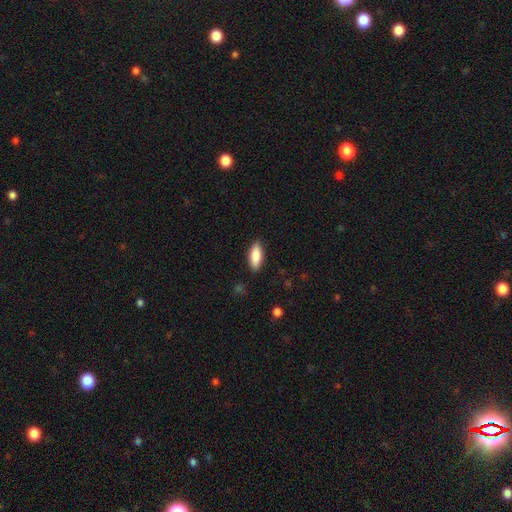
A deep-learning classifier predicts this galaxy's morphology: A smooth galaxy with no disk features (86%) that is in between round and cigar-shaped (76%). Merging: none (88%).